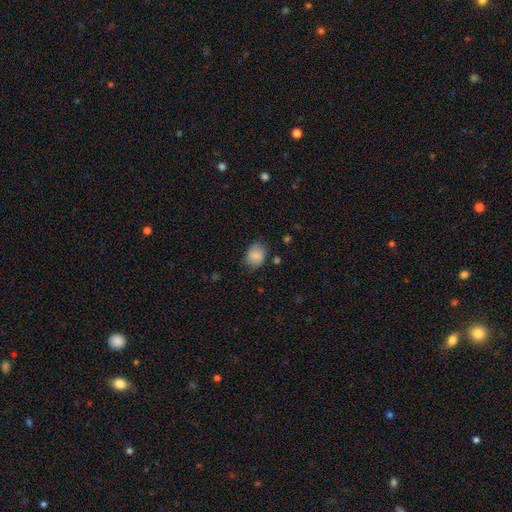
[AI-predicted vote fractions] smooth-or-featured: smooth: 84% | featured or disk: 8% | star or artifact: 8%
  how-rounded: in between: 65% | round: 34% | cigar-shaped: 1%
  merging: none: 73% | minor disturbance: 20% | major disturbance: 5% | merger: 2%